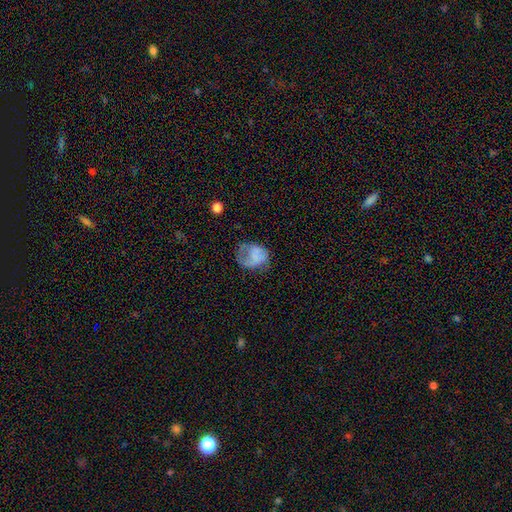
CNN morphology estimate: Smooth or featured: smooth — 61% (featured or disk — 29%)
How rounded: in between — 50% (round — 49%)
Merging: none — 35% (major disturbance — 34%)